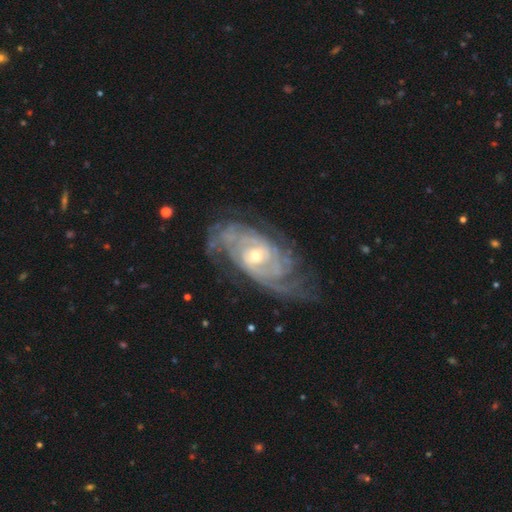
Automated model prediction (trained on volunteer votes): This is clearly a featured or disk galaxy (90%). It is clearly not viewed edge-on (95%). Bar: likely no (60%). Spiral arm pattern: clearly yes (97%). Spiral arm count: marginally can't tell (30%). Spiral winding: likely tight (70%). Central bulge: possibly small (54%). Merging: likely none (70%).